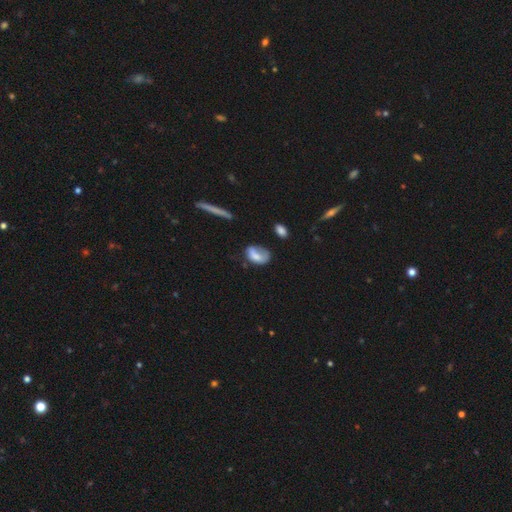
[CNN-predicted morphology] Smooth or featured? smooth (66%)
How rounded? in between (82%)
Merging? none (35%)